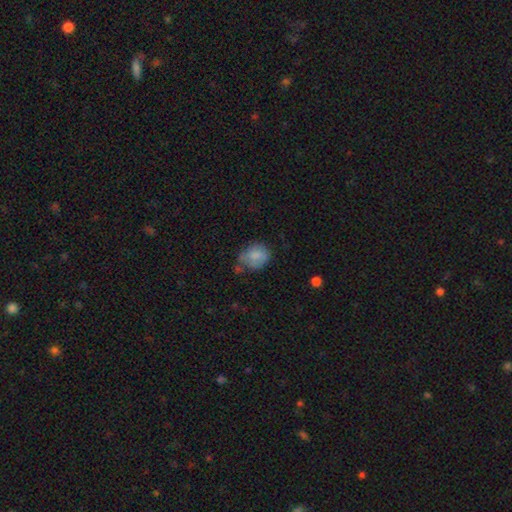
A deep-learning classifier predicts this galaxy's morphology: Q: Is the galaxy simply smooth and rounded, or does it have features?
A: smooth — 77%.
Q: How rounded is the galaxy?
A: round — 53%.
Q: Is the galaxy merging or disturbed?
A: none — 44%.